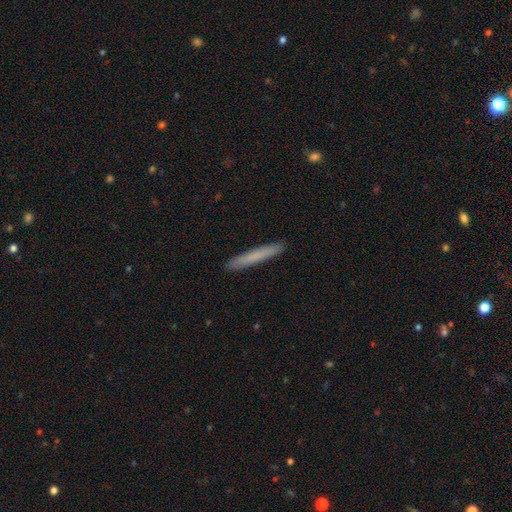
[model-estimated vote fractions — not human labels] Q: Smooth or featured?
A: smooth (73%); runner-up: featured or disk (21%)
Q: How rounded?
A: cigar-shaped (97%); runner-up: in between (2%)
Q: Merging?
A: none (92%); runner-up: minor disturbance (6%)